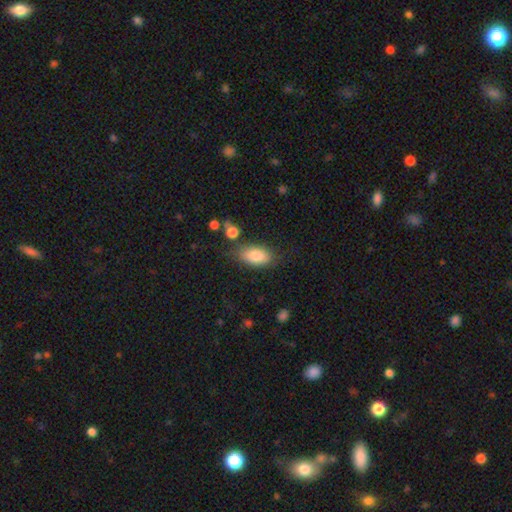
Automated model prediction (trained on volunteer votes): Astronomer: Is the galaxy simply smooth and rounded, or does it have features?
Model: smooth — 83%.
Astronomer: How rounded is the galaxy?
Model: in between — 89%.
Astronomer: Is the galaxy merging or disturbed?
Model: none — 75%.